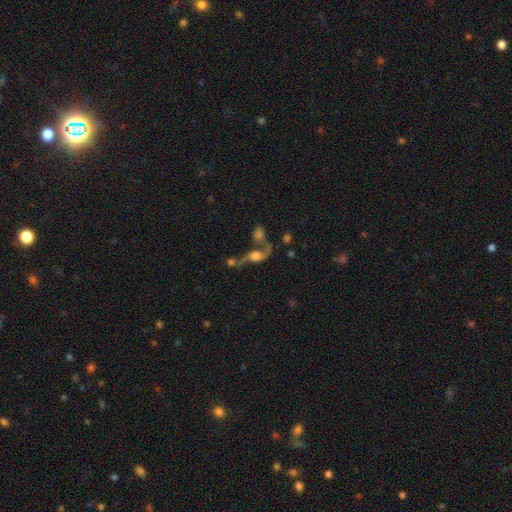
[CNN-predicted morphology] This appears to be a featured or disk galaxy (62%) with no bar (67%), spiral arms (82%) and a large central bulge (35%). Merging: merger (52%).